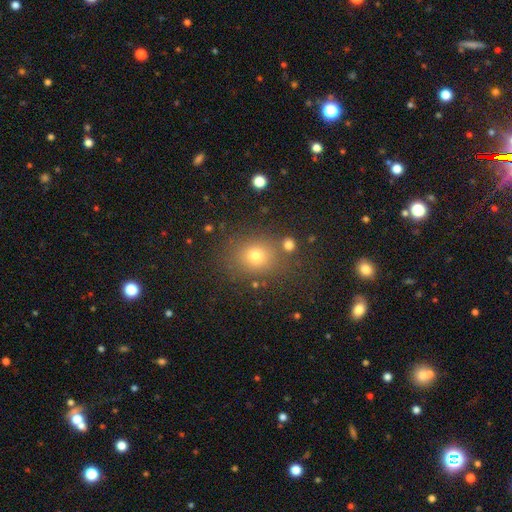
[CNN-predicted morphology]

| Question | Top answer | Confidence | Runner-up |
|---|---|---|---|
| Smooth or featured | smooth | 72% | star or artifact (18%) |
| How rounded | round | 71% | in between (28%) |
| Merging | none | 78% | minor disturbance (11%) |